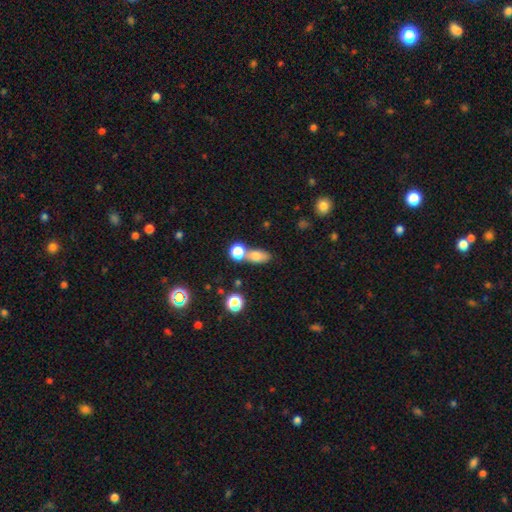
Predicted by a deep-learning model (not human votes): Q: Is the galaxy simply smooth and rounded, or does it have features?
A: smooth — 76%.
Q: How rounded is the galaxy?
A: in between — 76%.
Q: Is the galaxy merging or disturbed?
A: none — 51%.